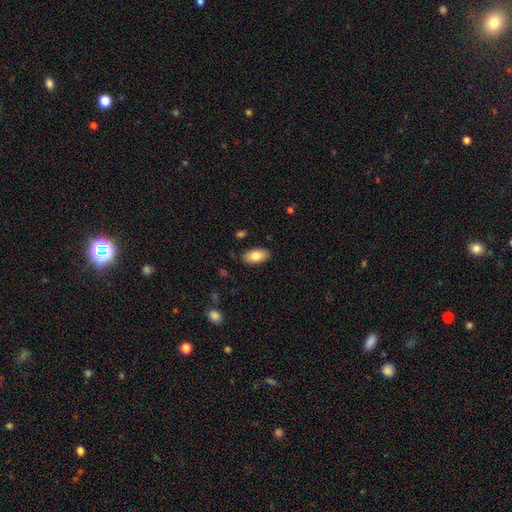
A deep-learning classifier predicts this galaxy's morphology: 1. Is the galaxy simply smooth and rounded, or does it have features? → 81% smooth, 13% featured or disk, 7% star or artifact.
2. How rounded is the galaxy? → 94% in between, 3% cigar-shaped, 3% round.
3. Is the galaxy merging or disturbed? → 87% none, 10% minor disturbance, 2% major disturbance, 1% merger.